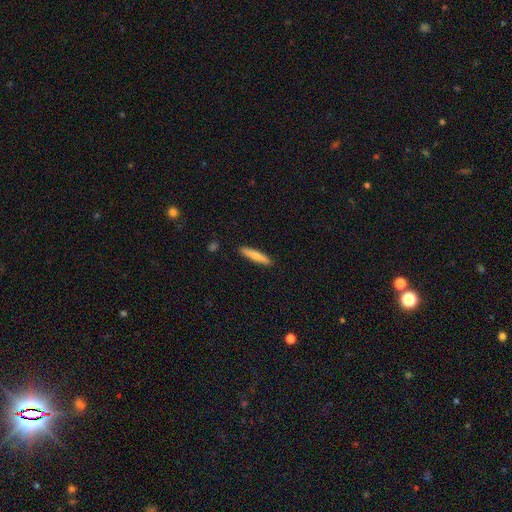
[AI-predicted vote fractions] A smooth galaxy with no disk features (73%) that is cigar-shaped (89%). Merging: none (91%).